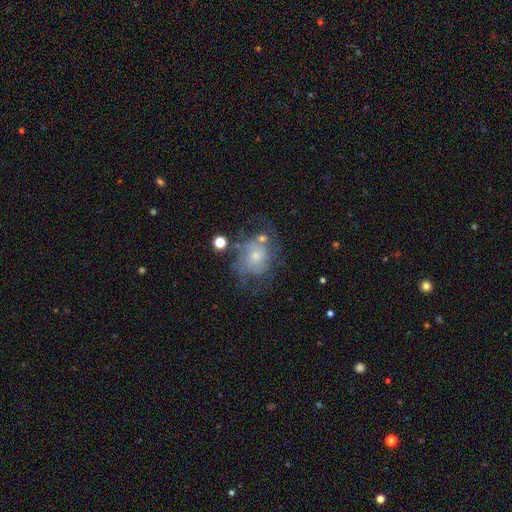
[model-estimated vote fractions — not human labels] Smooth or featured? Predicted: featured or disk (p=0.54). Edge-on disk? Predicted: no (p=0.97). Bar? Predicted: no (p=0.84). Spiral arms? Predicted: yes (p=0.54). Bulge size? Predicted: small (p=0.54). Merging? Predicted: none (p=0.39).